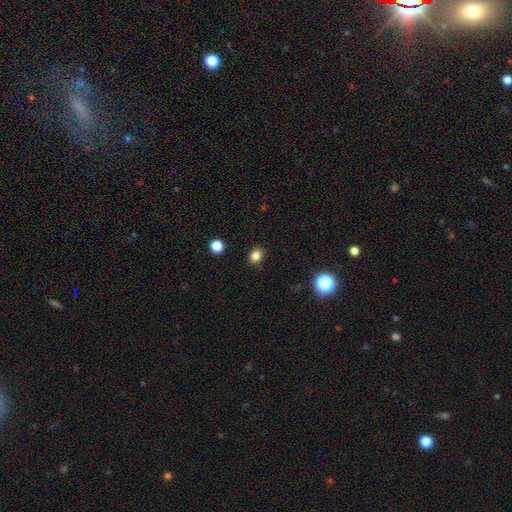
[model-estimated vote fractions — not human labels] Overall: smooth (82%). How rounded: round (61%; in between 38%). Merging: none (89%).